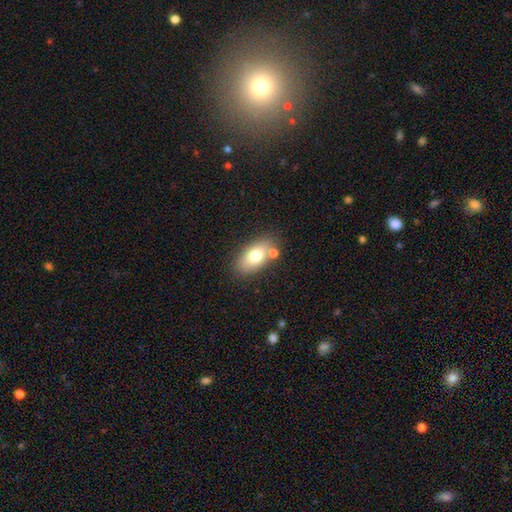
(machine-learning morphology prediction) The model was most divided on "smooth or featured": smooth: 75%, featured or disk: 17%, star or artifact: 8%. More confident: how rounded — in between (89%); merging — none (71%).